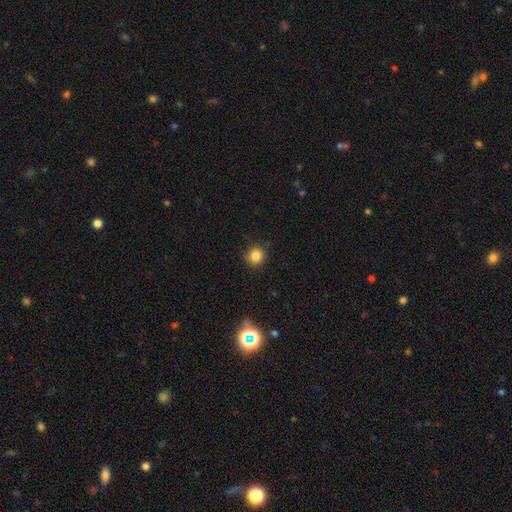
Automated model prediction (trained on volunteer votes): smooth_or_featured: smooth (p=0.84) [alt: star or artifact p=0.12]
how_rounded: round (p=0.90) [alt: in between p=0.09]
merging: none (p=0.86) [alt: minor disturbance p=0.11]